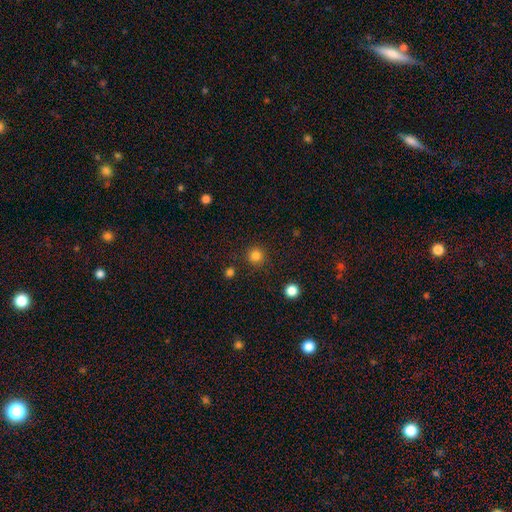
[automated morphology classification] Q: Smooth or featured?
A: smooth (82%); runner-up: star or artifact (13%)
Q: How rounded?
A: round (94%); runner-up: in between (5%)
Q: Merging?
A: none (89%); runner-up: minor disturbance (6%)